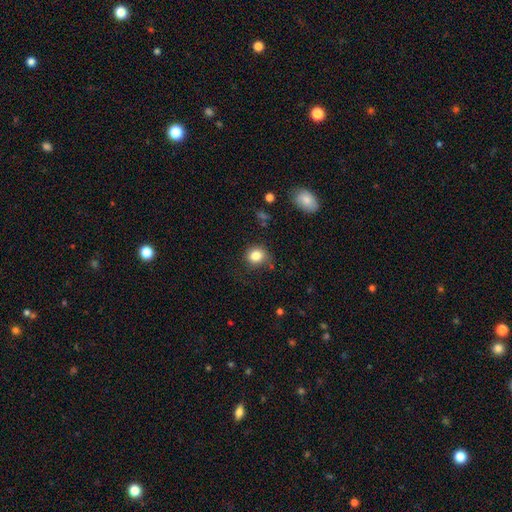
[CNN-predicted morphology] smooth 83%, star or artifact 11%, featured or disk 6%. Down the decision tree: how rounded — round (78%); merging — none (74%).